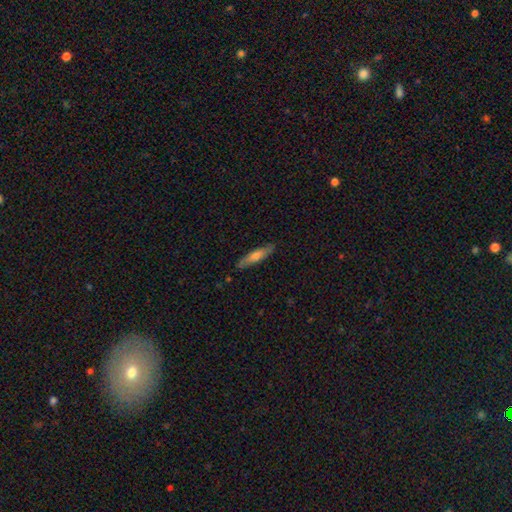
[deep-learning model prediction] This is likely a smooth galaxy (60%). How rounded: clearly cigar-shaped (81%). Merging: clearly none (85%).